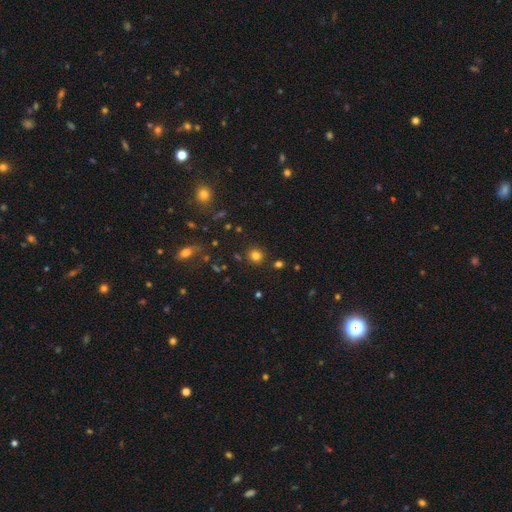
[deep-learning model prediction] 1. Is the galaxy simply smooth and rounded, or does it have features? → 79% smooth, 15% star or artifact, 6% featured or disk.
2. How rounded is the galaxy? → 89% round, 10% in between, 1% cigar-shaped.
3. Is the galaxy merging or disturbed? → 87% none, 7% minor disturbance, 3% merger, 3% major disturbance.